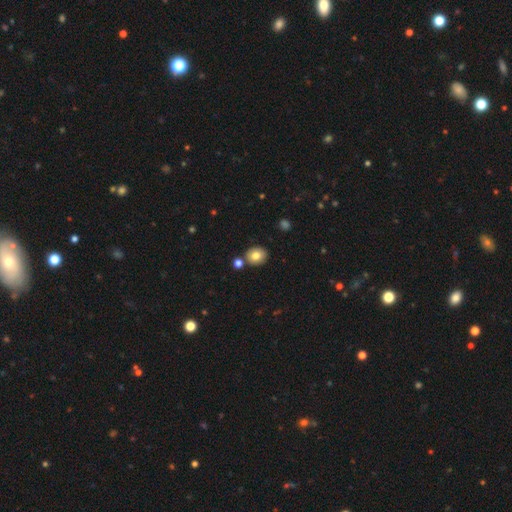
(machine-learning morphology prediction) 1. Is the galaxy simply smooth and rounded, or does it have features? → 79% smooth, 11% featured or disk, 10% star or artifact.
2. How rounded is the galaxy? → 67% round, 32% in between, 1% cigar-shaped.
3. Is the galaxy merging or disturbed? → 79% none, 10% merger, 9% minor disturbance, 2% major disturbance.